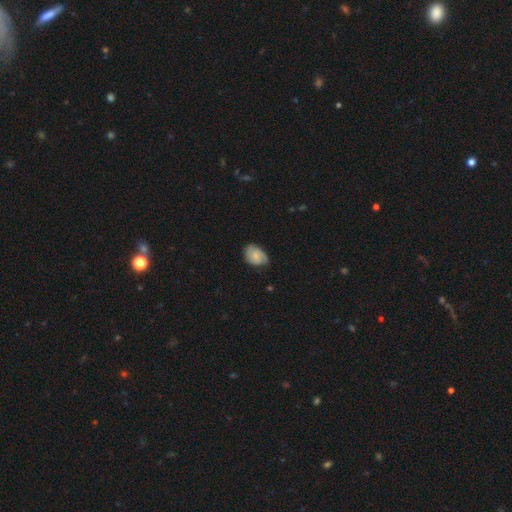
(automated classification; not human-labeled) This appears to be a smooth galaxy with no disk features (65%) that is in between round and cigar-shaped (74%). Merging: none (61%).